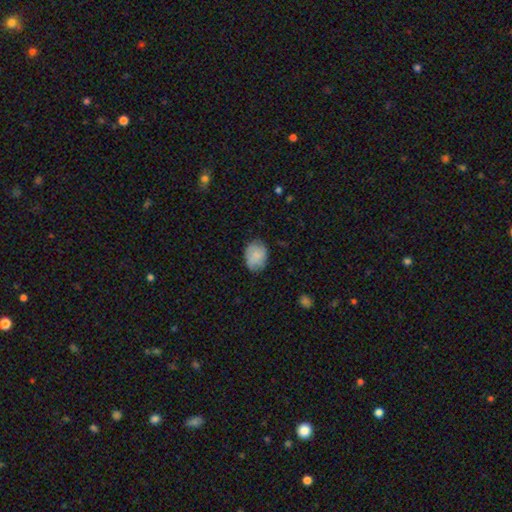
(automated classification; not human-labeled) smooth_or_featured: smooth (p=0.80) [alt: featured or disk p=0.13]
how_rounded: in between (p=0.62) [alt: round p=0.37]
merging: none (p=0.73) [alt: minor disturbance p=0.21]